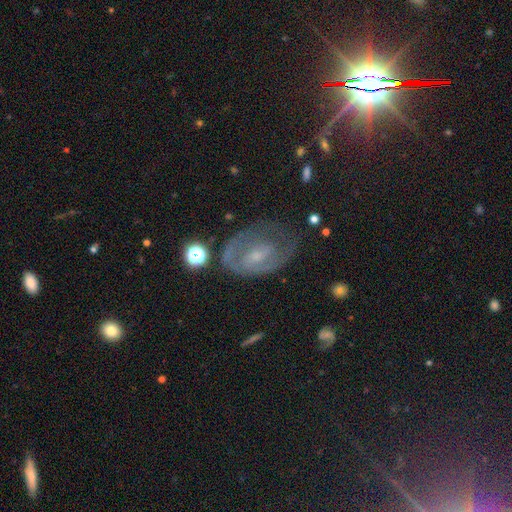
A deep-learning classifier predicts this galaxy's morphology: Smooth or featured? Predicted: featured or disk (p=0.67). Edge-on disk? Predicted: no (p=0.96). Bar? Predicted: no (p=0.43, tied with weak). Spiral arms? Predicted: yes (p=0.70). Bulge size? Predicted: small (p=0.63). Merging? Predicted: none (p=0.53).